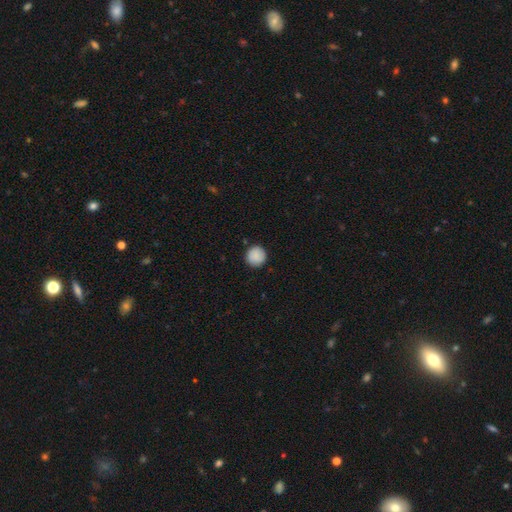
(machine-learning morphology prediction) smooth_or_featured: smooth (p=0.89) [alt: star or artifact p=0.07]
how_rounded: round (p=0.95) [alt: in between p=0.04]
merging: none (p=0.90) [alt: minor disturbance p=0.07]